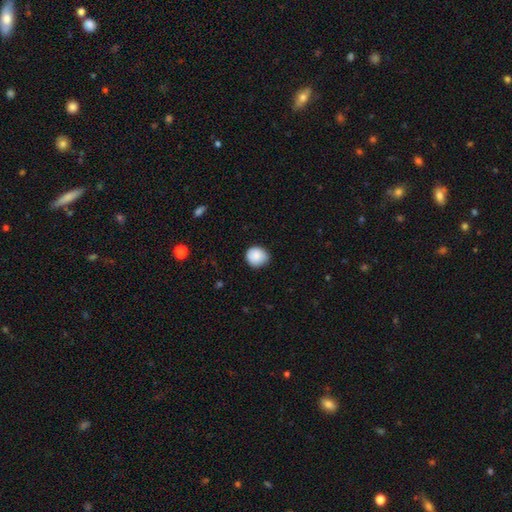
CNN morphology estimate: smooth 86%, star or artifact 8%, featured or disk 6%. Down the decision tree: how rounded — round (85%); merging — none (79%).